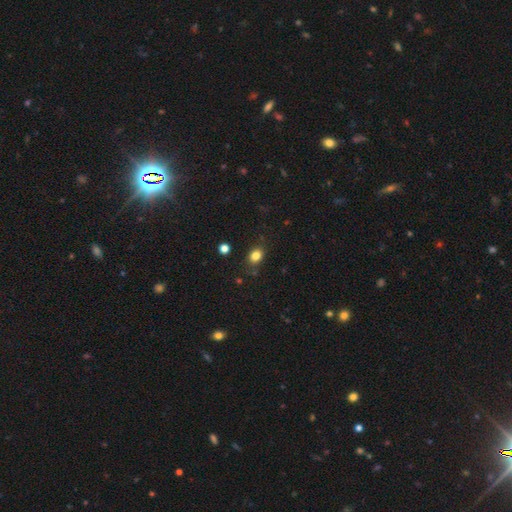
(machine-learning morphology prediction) A smooth galaxy with no disk features (82%) that is in between round and cigar-shaped (53%).

Vote fractions:
- Smooth or featured? smooth: 82% / star or artifact: 12% / featured or disk: 6%
- How rounded? in between: 53% / round: 45% / cigar-shaped: 1%
- Merging? none: 82% / minor disturbance: 13% / major disturbance: 3% / merger: 3%